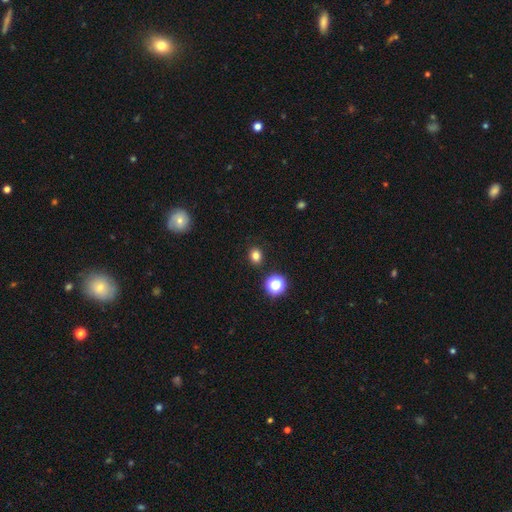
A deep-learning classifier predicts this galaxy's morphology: Q: Smooth or featured?
A: smooth (80%); runner-up: star or artifact (15%)
Q: How rounded?
A: round (62%); runner-up: in between (37%)
Q: Merging?
A: none (89%); runner-up: minor disturbance (7%)